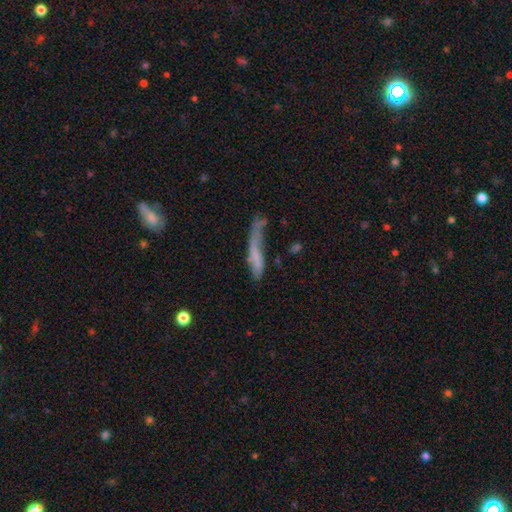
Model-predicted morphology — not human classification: Smooth or featured? Predicted: smooth (p=0.52). How rounded? Predicted: cigar-shaped (p=0.80). Merging? Predicted: major disturbance (p=0.33).